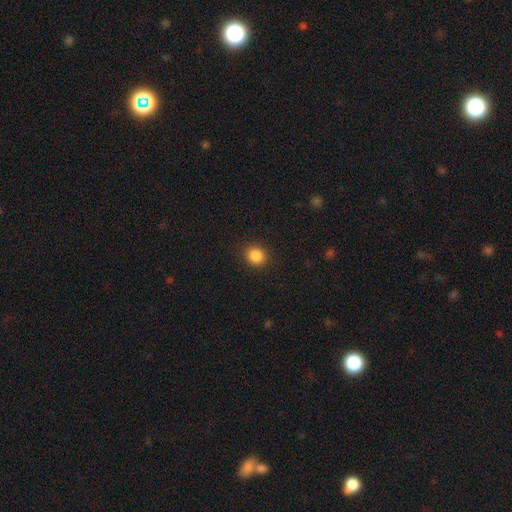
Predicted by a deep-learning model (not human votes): A smooth galaxy with no disk features (86%) that is round (75%).

Vote fractions:
- Smooth or featured? smooth: 86% / star or artifact: 10% / featured or disk: 3%
- How rounded? round: 75% / in between: 24% / cigar-shaped: 1%
- Merging? none: 90% / minor disturbance: 7% / major disturbance: 2% / merger: 1%